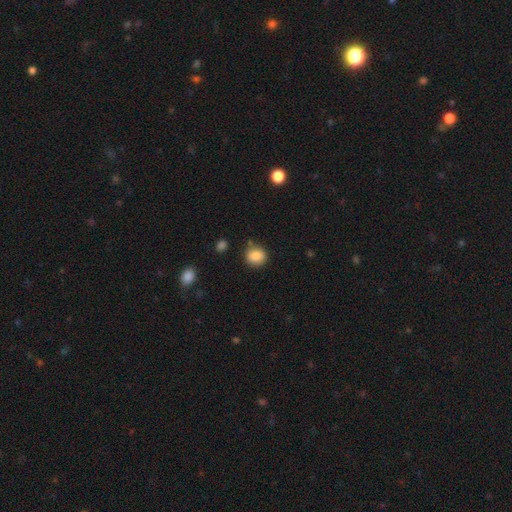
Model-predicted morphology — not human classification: This appears to be a smooth galaxy with no disk features (86%) that is round (76%). Merging: none (80%).